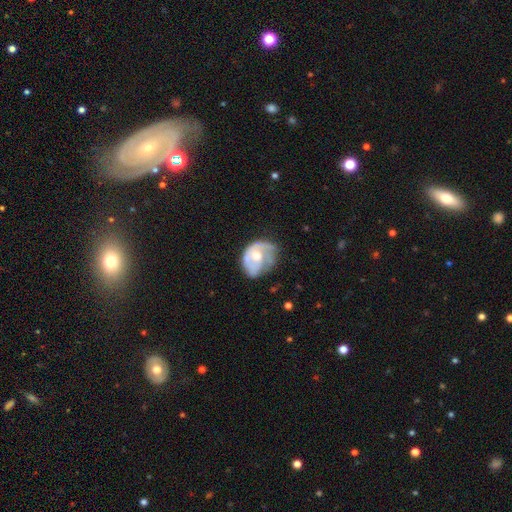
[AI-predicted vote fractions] Morphology: type=featured or disk (66%); edge-on=no (97%); bar=no (74%); spiral arms=yes (70%); bulge=moderate (67%); merging=none (39%).